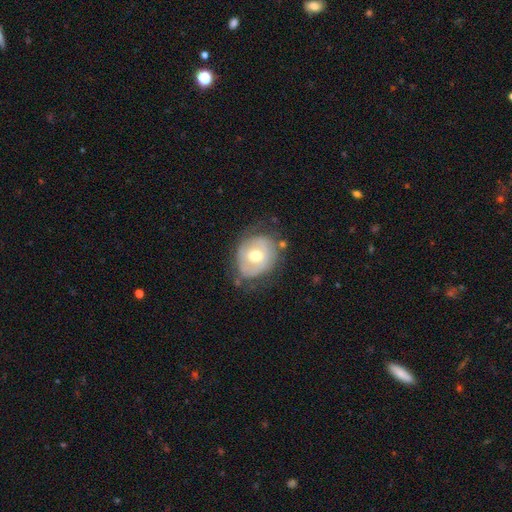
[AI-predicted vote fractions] Q: Smooth or featured?
A: featured or disk (54%); runner-up: smooth (39%)
Q: Edge-on disk?
A: no (95%); runner-up: yes (5%)
Q: Bar?
A: no (58%); runner-up: weak (32%)
Q: Spiral arms?
A: no (52%); runner-up: yes (48%)
Q: Bulge size?
A: moderate (76%); runner-up: small (15%)
Q: Merging?
A: none (60%); runner-up: minor disturbance (26%)